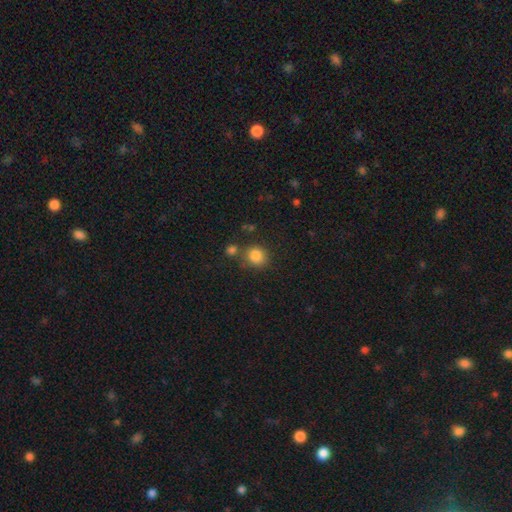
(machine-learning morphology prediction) The model was most divided on "merging": none: 69%, merger: 14%, minor disturbance: 12%, major disturbance: 4%. More confident: smooth or featured — smooth (84%); how rounded — round (82%).